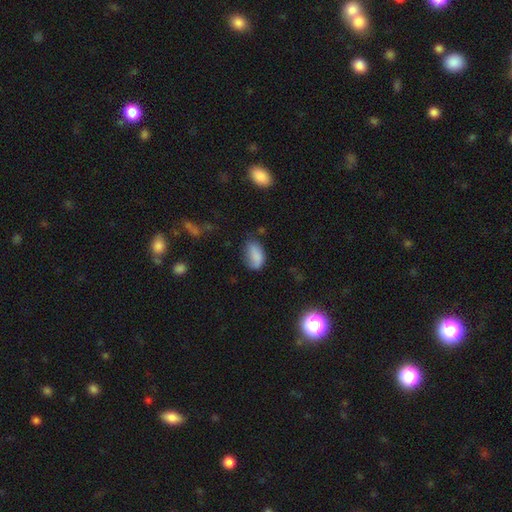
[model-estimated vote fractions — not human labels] Q: Smooth or featured?
A: smooth (82%); runner-up: star or artifact (9%)
Q: How rounded?
A: in between (91%); runner-up: round (6%)
Q: Merging?
A: none (51%); runner-up: minor disturbance (34%)